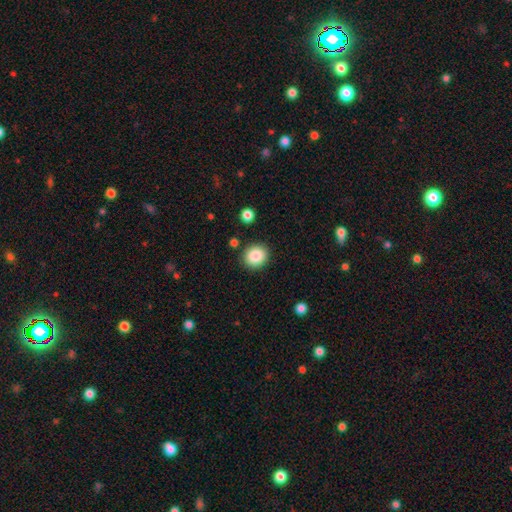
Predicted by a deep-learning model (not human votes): Overall: smooth (86%). How rounded: round (82%). Merging: none (87%).